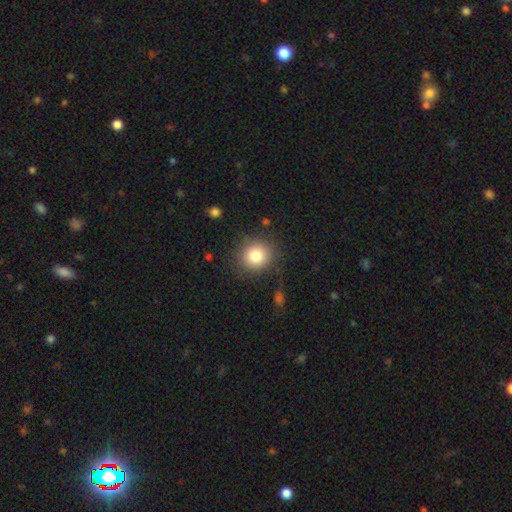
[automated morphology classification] This appears to be a smooth galaxy with no disk features (80%) that is round (87%). Merging: none (84%).